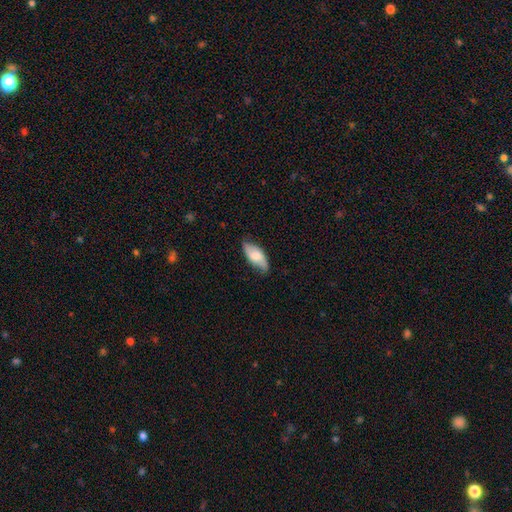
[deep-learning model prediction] Morphology: type=smooth (63%); roundness=in between (88%); merging=none (74%).